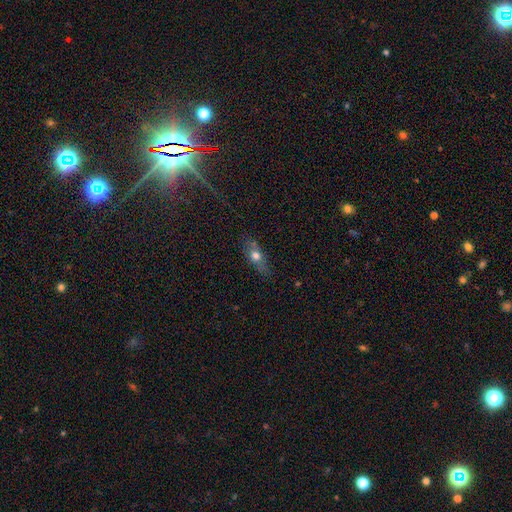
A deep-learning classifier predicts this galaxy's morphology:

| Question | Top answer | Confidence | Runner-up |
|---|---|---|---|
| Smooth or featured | smooth | 59% | featured or disk (31%) |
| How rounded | in between | 61% | cigar-shaped (26%) |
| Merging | none | 72% | minor disturbance (19%) |